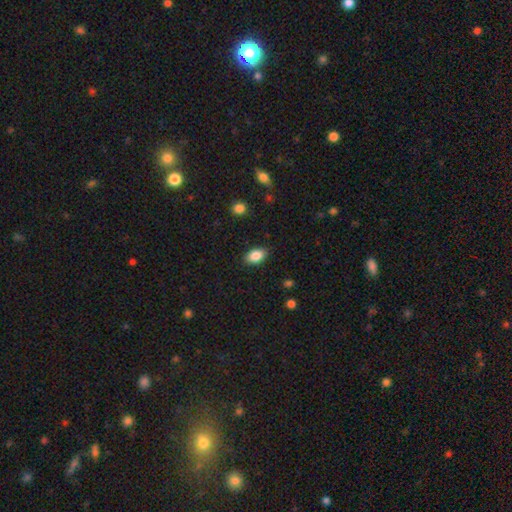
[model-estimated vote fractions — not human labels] Morphology: type=smooth (86%); roundness=in between (90%); merging=none (87%).